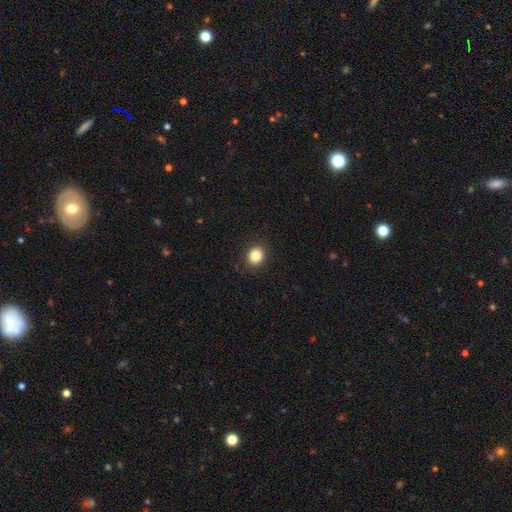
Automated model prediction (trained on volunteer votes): A smooth galaxy with no disk features (84%) that is round (75%).

Vote fractions:
- Smooth or featured? smooth: 84% / star or artifact: 10% / featured or disk: 5%
- How rounded? round: 75% / in between: 24% / cigar-shaped: 1%
- Merging? none: 90% / minor disturbance: 7% / major disturbance: 2% / merger: 1%